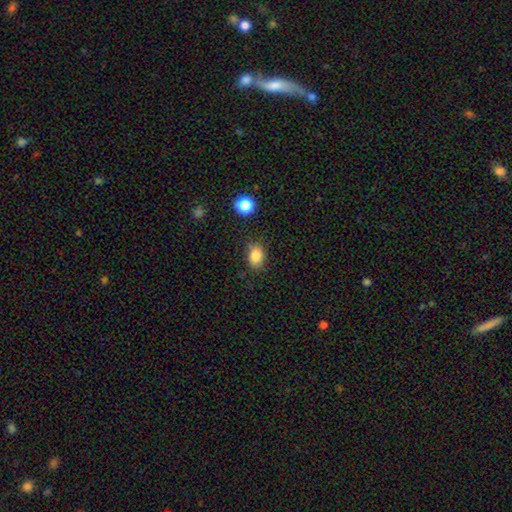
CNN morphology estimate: This appears to be a smooth galaxy with no disk features (84%) that is in between round and cigar-shaped (70%). Merging: none (79%).